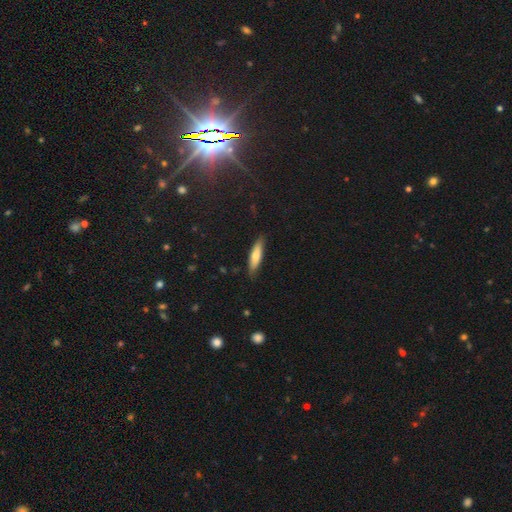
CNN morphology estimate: This appears to be a smooth galaxy with no disk features (68%) that is cigar-shaped (74%). Merging: none (85%).